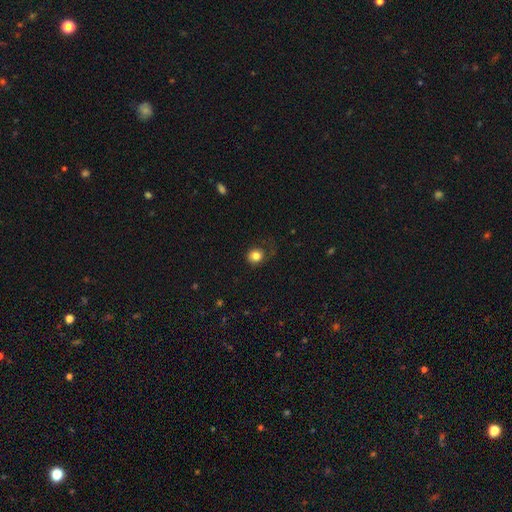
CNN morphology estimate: Smooth or featured: smooth — 81% (star or artifact — 11%)
How rounded: round — 84% (in between — 15%)
Merging: none — 71% (minor disturbance — 18%)